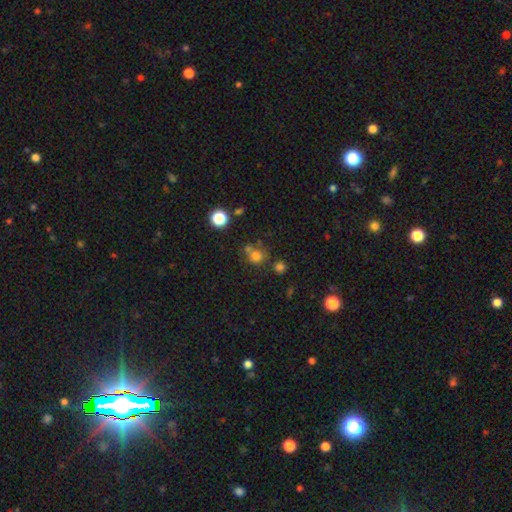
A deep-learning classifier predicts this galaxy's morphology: Smooth or featured?
  - smooth: 72% *
  - star or artifact: 18%
  - featured or disk: 9%
How rounded?
  - round: 80% *
  - in between: 19%
  - cigar-shaped: 1%
Merging?
  - none: 55% *
  - merger: 26%
  - minor disturbance: 13%
  - major disturbance: 6%